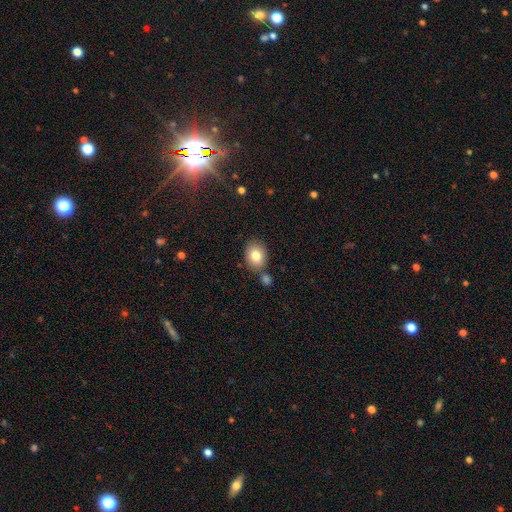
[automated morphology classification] smooth-or-featured: smooth: 82% | featured or disk: 10% | star or artifact: 8%
  how-rounded: in between: 60% | round: 39% | cigar-shaped: 1%
  merging: none: 70% | merger: 14% | minor disturbance: 13% | major disturbance: 3%